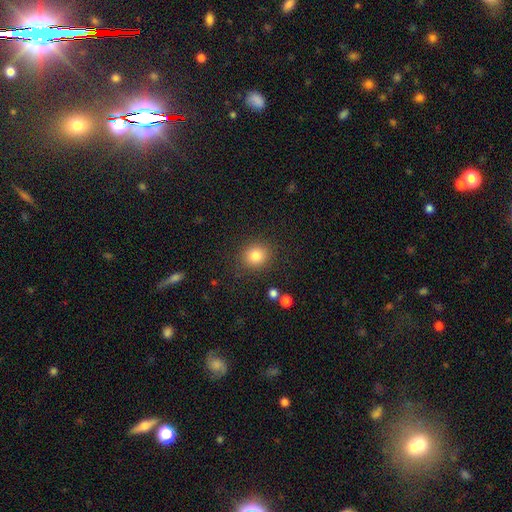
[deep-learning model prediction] Smooth or featured?
  - smooth: 83% *
  - star or artifact: 11%
  - featured or disk: 6%
How rounded?
  - round: 77% *
  - in between: 22%
  - cigar-shaped: 1%
Merging?
  - none: 86% *
  - minor disturbance: 9%
  - major disturbance: 3%
  - merger: 2%